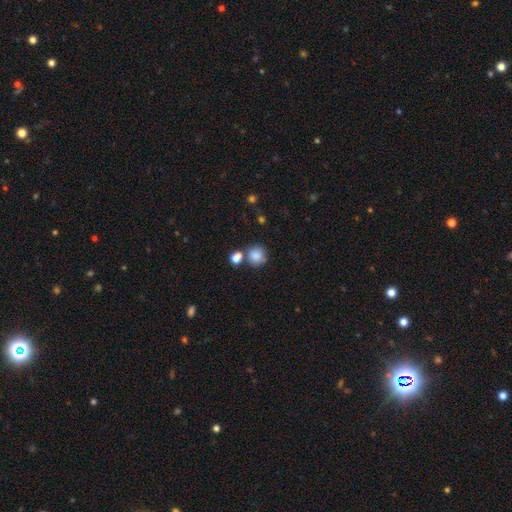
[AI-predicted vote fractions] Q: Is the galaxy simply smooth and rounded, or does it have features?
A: smooth — 85%.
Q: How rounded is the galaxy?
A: round — 88%.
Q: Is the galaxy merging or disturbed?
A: none — 64%.